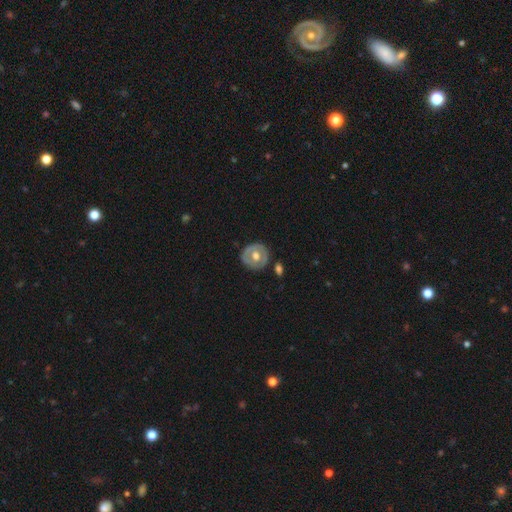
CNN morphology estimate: This is possibly a featured or disk galaxy (50%). It is clearly not viewed edge-on (94%). Merging: likely none (80%).